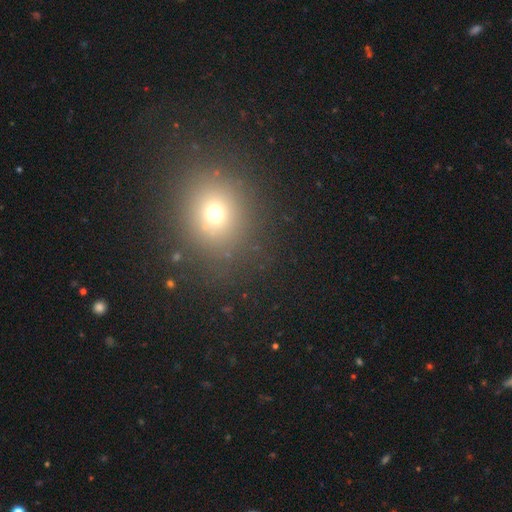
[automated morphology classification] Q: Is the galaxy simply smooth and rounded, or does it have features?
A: smooth — 64%.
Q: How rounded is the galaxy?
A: round — 75%.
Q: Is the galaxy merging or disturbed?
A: none — 88%.